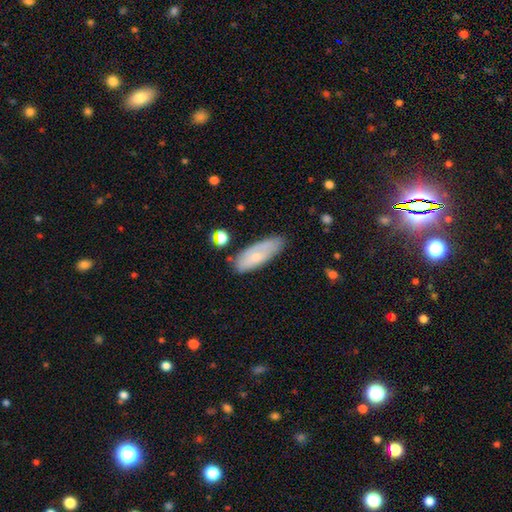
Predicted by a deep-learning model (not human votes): This is likely a smooth galaxy (61%). How rounded: likely in between (68%). Merging: likely none (68%).